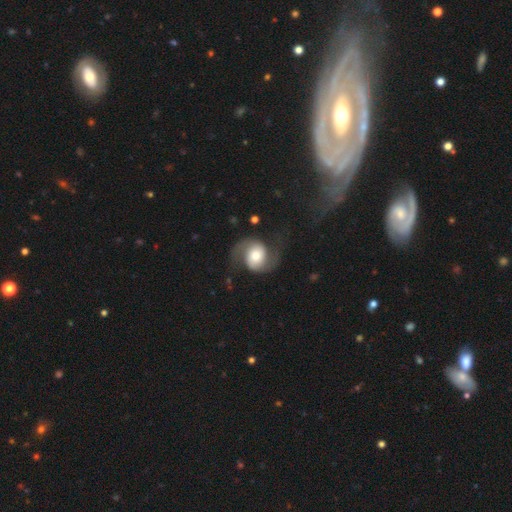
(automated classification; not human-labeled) A featured or disk galaxy (79%) with no bar (62%), 2 (93%) loose (48%) spiral arms (95%) and a moderate central bulge (48%).

Vote fractions:
- Smooth or featured? featured or disk: 79% / smooth: 15% / star or artifact: 6%
- Edge-on disk? no: 98% / yes: 2%
- Bar? no: 62% / weak: 28% / strong: 10%
- Spiral arms? yes: 95% / no: 5%
- Spiral winding? loose: 48% / medium: 41% / tight: 12%
- Spiral arm count? 2: 93% / can't tell: 2% / 1: 2% / 3: 1% / 4: 1% / more than 4: 1%
- Bulge size? moderate: 48% / large: 27% / small: 15% / dominant: 7% / none: 3%
- Merging? none: 68% / minor disturbance: 15% / major disturbance: 15% / merger: 2%